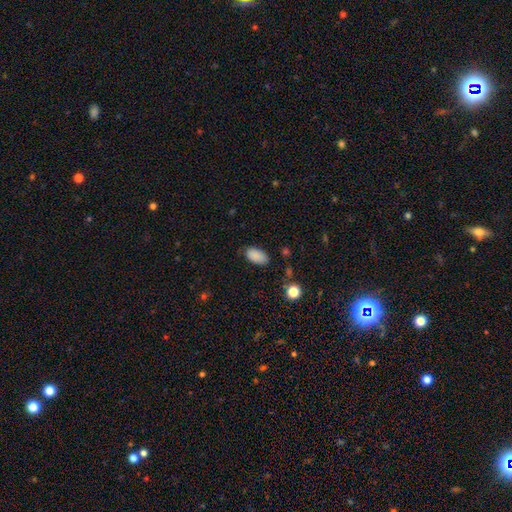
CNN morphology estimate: Smooth or featured? smooth (88%)
How rounded? in between (94%)
Merging? none (80%)